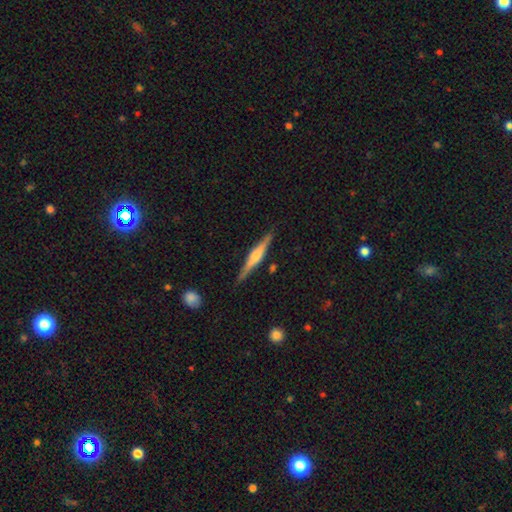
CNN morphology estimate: Smooth or featured: featured or disk — 72% (smooth — 23%)
Edge-on disk: yes — 98% (no — 2%)
Edge-on bulge: rounded — 74% (boxy — 19%)
Merging: none — 88% (minor disturbance — 8%)